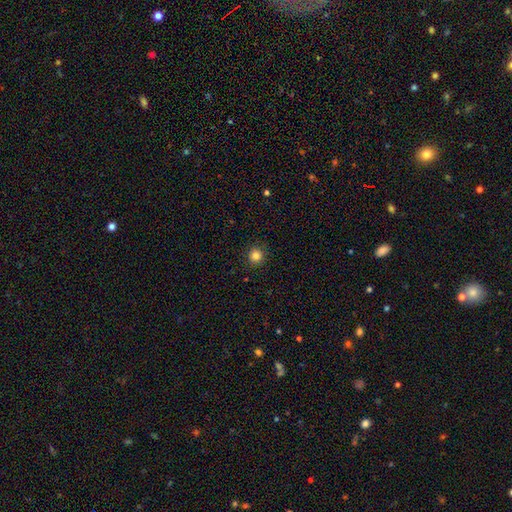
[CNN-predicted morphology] A smooth galaxy with no disk features (83%) that is round (94%).

Vote fractions:
- Smooth or featured? smooth: 83% / star or artifact: 12% / featured or disk: 5%
- How rounded? round: 94% / in between: 5% / cigar-shaped: 1%
- Merging? none: 92% / minor disturbance: 6% / major disturbance: 2% / merger: 1%